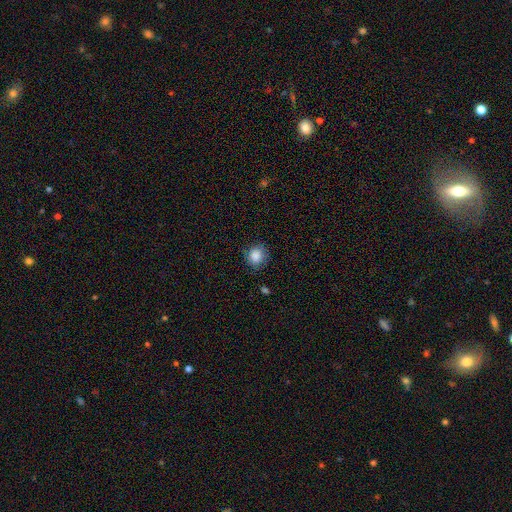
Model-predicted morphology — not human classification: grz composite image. It shows a smooth galaxy with no disk features (86%) that is round (82%). Merging: none (80%).